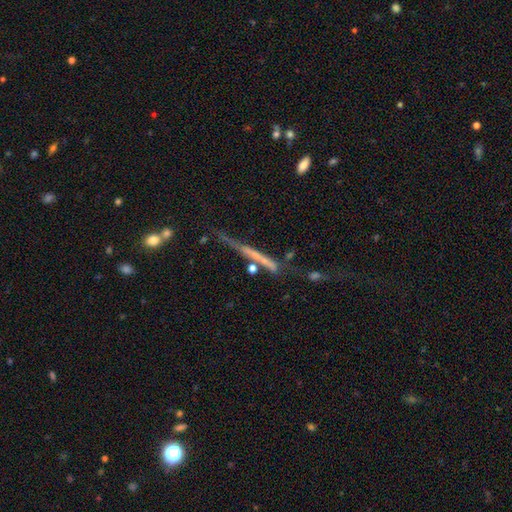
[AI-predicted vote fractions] Smooth or featured? featured or disk (60%)
Edge-on disk? yes (90%)
Edge-on bulge? none (74%)
Merging? none (52%)